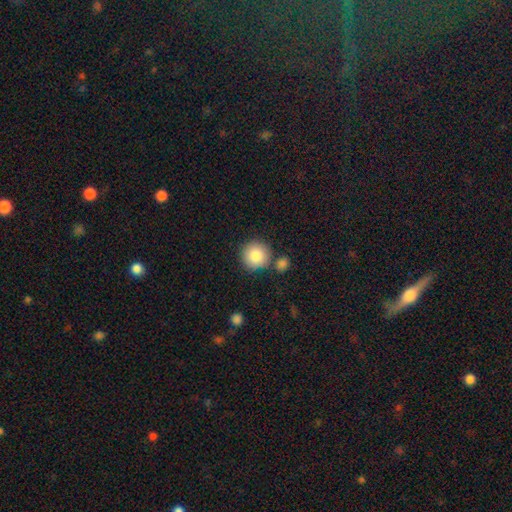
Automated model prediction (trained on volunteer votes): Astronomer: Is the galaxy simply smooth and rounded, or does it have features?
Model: smooth — 85%.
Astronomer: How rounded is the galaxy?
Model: round — 94%.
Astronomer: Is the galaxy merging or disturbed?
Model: none — 77%.